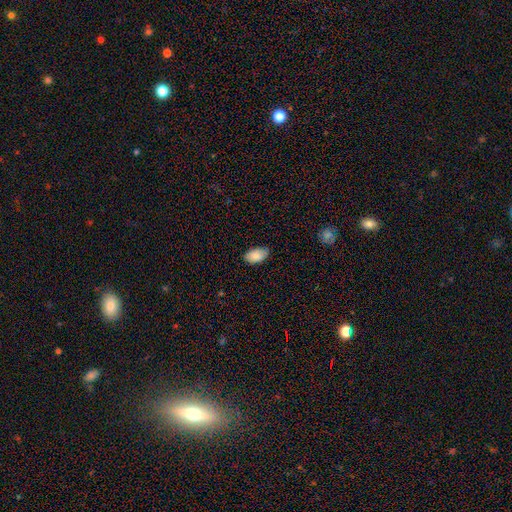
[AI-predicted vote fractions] smooth-or-featured: smooth: 87% | star or artifact: 7% | featured or disk: 6%
  how-rounded: in between: 94% | round: 4% | cigar-shaped: 1%
  merging: none: 77% | minor disturbance: 20% | major disturbance: 3% | merger: 1%